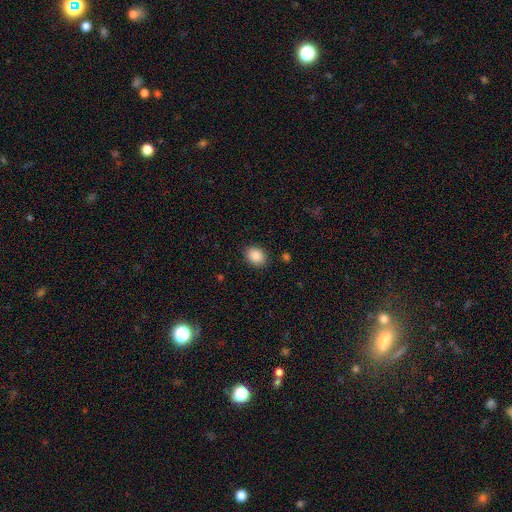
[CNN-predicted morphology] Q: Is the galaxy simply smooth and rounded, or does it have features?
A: smooth — 88%.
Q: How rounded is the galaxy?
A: in between — 56%.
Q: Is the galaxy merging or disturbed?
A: none — 88%.